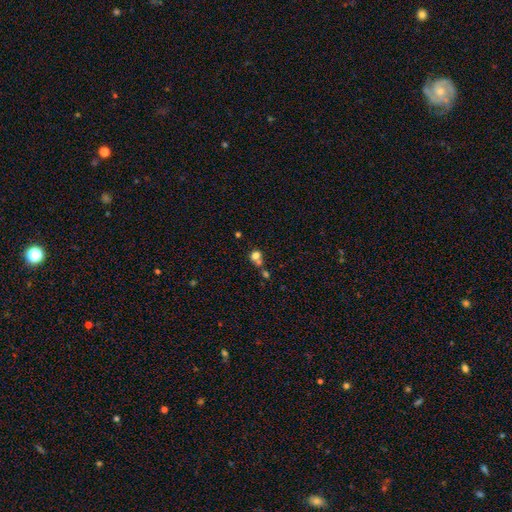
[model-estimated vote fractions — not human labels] A smooth galaxy with no disk features (71%) that is round (78%). Merging: merger (48%).